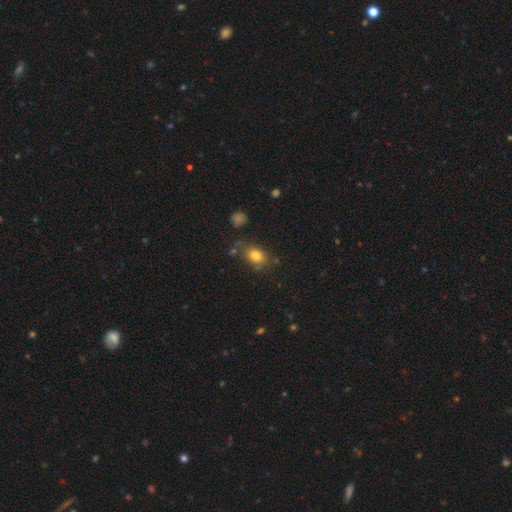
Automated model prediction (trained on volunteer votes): The model was most divided on "how rounded": in between: 70%, round: 28%, cigar-shaped: 2%. More confident: smooth or featured — smooth (80%); merging — none (70%).